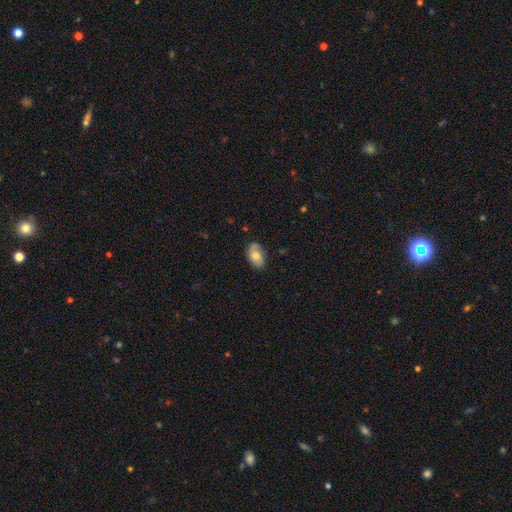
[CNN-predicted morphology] Smooth or featured?
  - smooth: 61% *
  - featured or disk: 31%
  - star or artifact: 8%
How rounded?
  - in between: 90% *
  - round: 8%
  - cigar-shaped: 2%
Merging?
  - none: 70% *
  - minor disturbance: 23%
  - major disturbance: 5%
  - merger: 2%